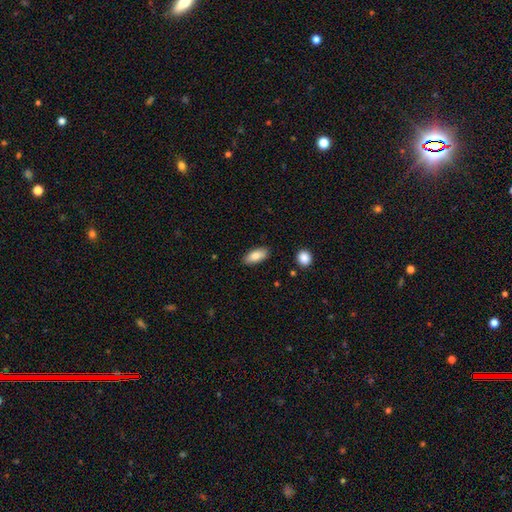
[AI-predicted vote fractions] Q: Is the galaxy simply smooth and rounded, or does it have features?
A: smooth — 84%.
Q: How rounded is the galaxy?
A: in between — 86%.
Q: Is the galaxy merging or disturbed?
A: none — 86%.